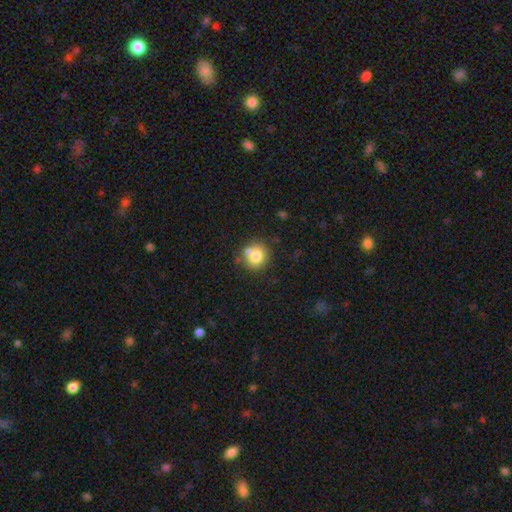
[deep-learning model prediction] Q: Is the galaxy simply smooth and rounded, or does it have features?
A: smooth — 78%.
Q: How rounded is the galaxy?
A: round — 86%.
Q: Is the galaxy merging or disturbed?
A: none — 66%.